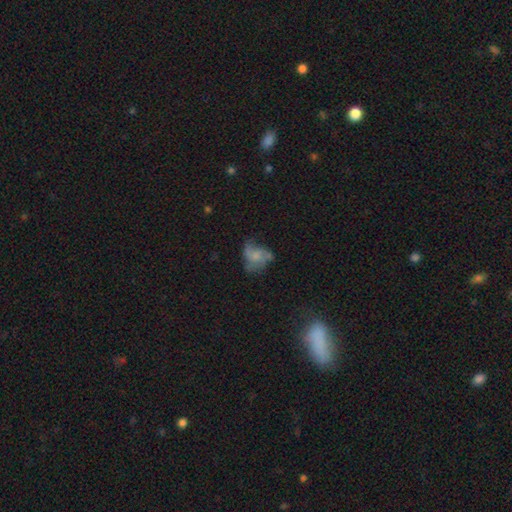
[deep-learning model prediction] Smooth or featured: smooth — 45% (featured or disk — 42%)
Merging: none — 39% (major disturbance — 30%)